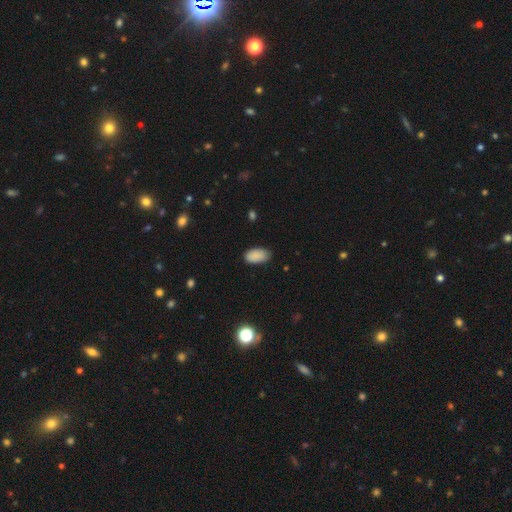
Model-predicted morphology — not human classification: type=smooth (89%); roundness=in between (95%); merging=none (81%).